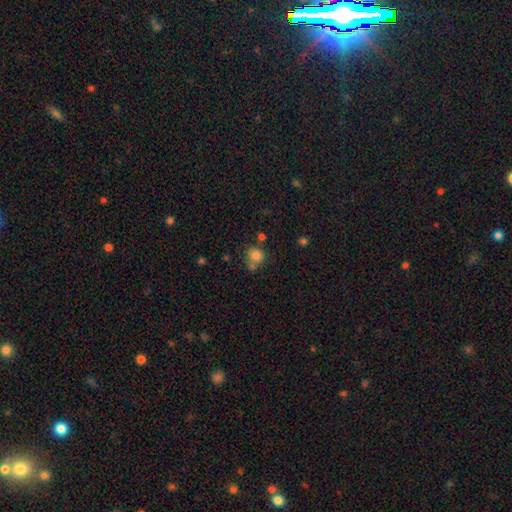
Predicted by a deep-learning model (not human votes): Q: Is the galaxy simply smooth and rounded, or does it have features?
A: smooth — 82%.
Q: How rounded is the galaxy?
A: round — 84%.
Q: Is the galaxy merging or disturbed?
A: none — 57%.